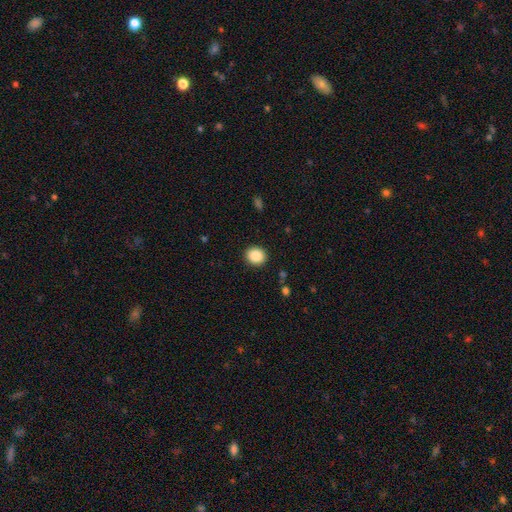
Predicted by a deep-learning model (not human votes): This appears to be a smooth galaxy with no disk features (88%) that is round (79%). Merging: none (91%).